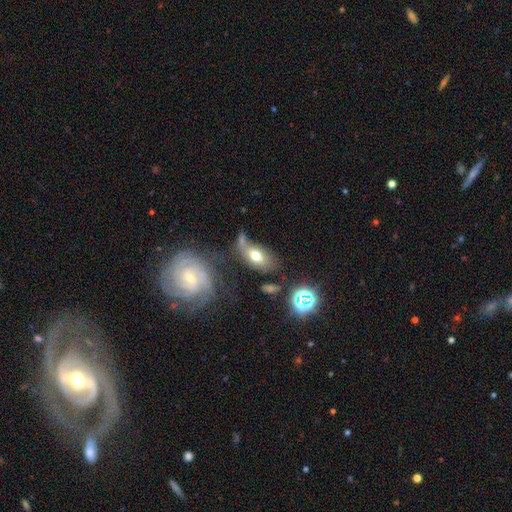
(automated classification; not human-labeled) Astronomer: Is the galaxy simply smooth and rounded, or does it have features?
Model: smooth — 61%.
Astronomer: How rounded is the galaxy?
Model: in between — 87%.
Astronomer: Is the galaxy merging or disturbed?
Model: none — 36% (runner-up: merger, 26%).